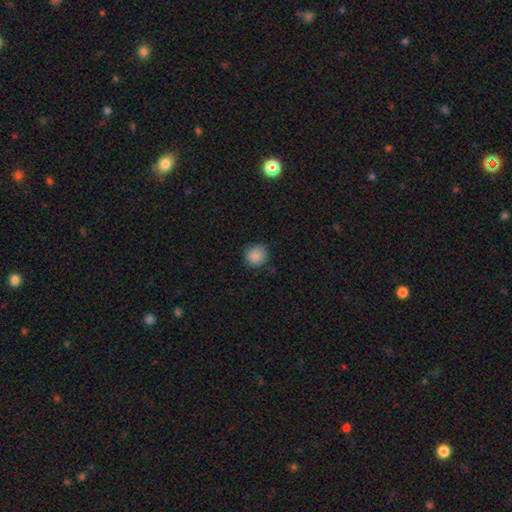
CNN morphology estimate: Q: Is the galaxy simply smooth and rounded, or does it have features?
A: smooth — 88%.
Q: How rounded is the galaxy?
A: round — 86%.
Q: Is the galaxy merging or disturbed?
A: none — 85%.